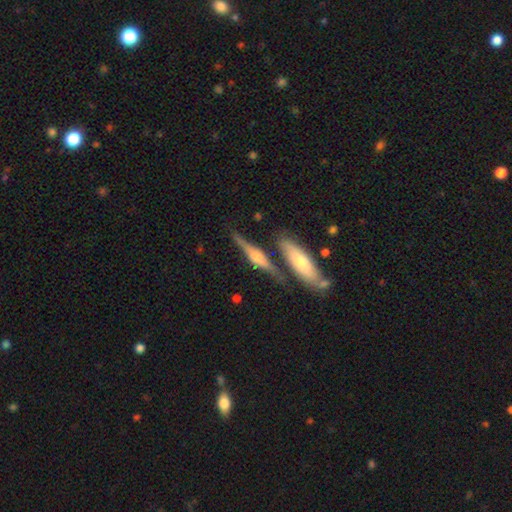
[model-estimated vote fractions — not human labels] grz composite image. It shows a featured or disk galaxy (72%) viewed edge-on (95%) with a rounded central bulge (83%). Merging: none (68%).